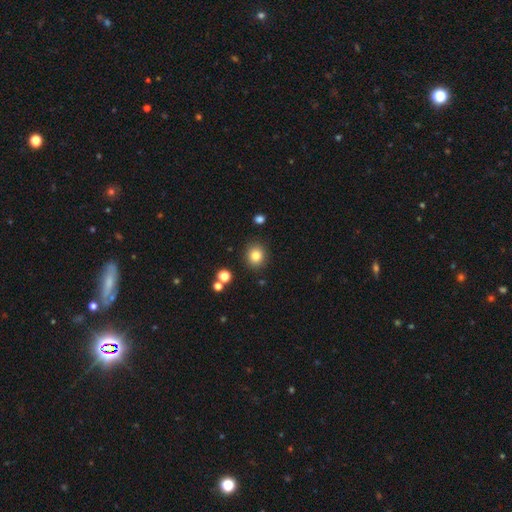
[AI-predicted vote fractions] smooth 81%, star or artifact 12%, featured or disk 7%. Down the decision tree: how rounded — round (81%); merging — none (88%).